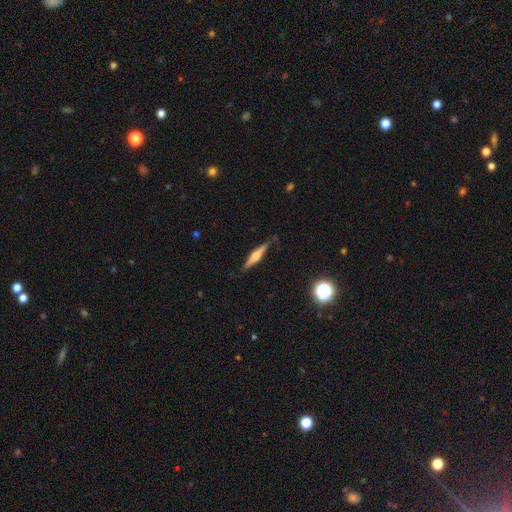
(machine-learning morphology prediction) A featured or disk galaxy (54%) viewed edge-on (96%) with a rounded central bulge (70%). Merging: none (83%).